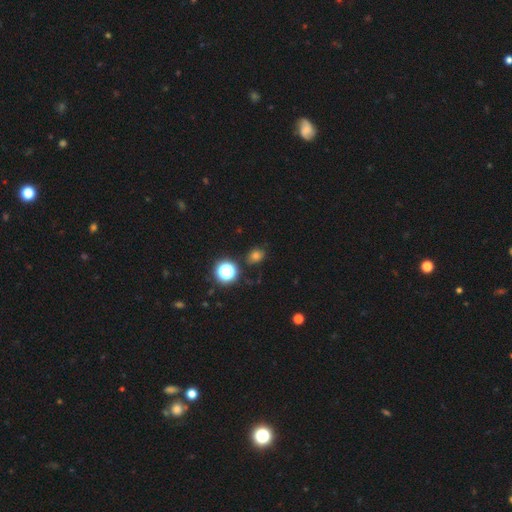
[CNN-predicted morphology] Overall: smooth (69%). How rounded: round (64%; in between 35%). Merging: none (83%).